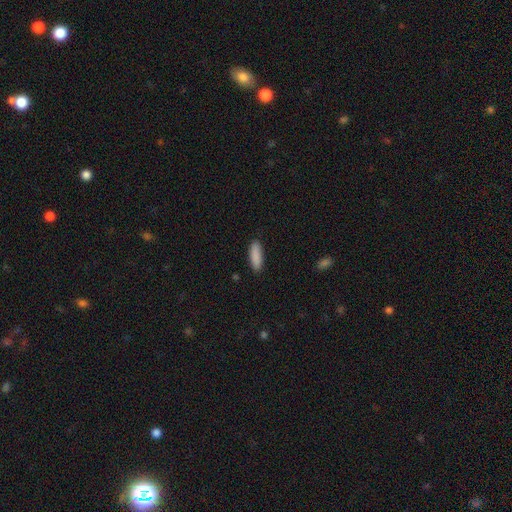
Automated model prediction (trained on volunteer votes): This is clearly a smooth galaxy (89%). How rounded: possibly in between (51%). Merging: clearly none (89%).